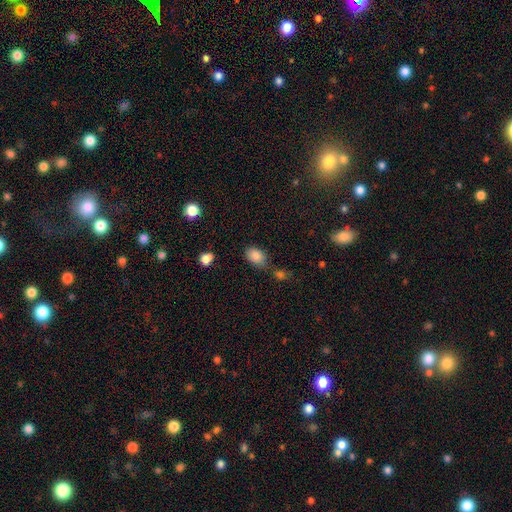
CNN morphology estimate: smooth-or-featured: smooth: 85% | star or artifact: 9% | featured or disk: 6%
  how-rounded: in between: 84% | round: 15% | cigar-shaped: 1%
  merging: none: 63% | minor disturbance: 20% | merger: 12% | major disturbance: 5%